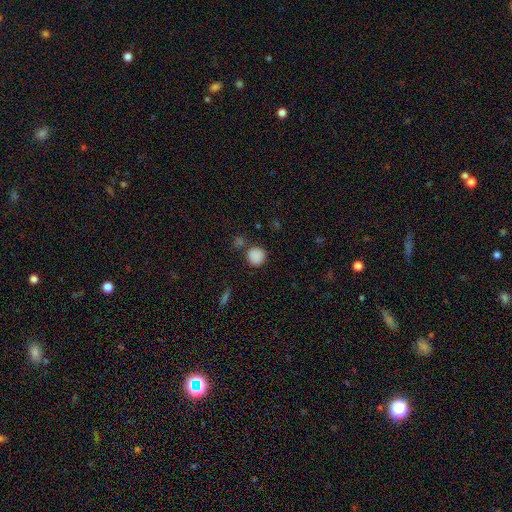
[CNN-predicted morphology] This is clearly a smooth galaxy (85%). How rounded: clearly round (89%). Merging: likely none (76%).